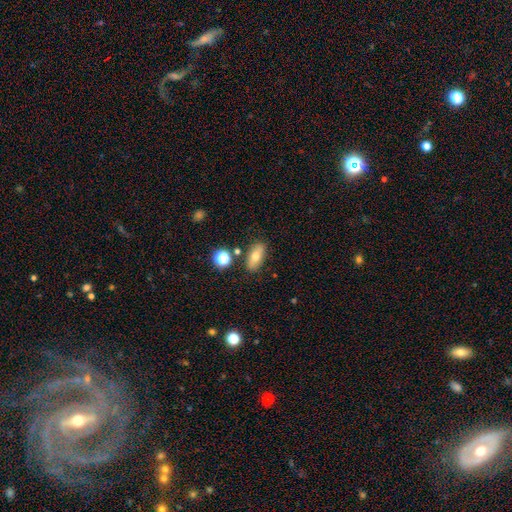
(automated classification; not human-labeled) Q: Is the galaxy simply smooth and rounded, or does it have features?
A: smooth — 67%.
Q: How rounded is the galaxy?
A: in between — 80%.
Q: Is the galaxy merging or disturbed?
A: none — 83%.